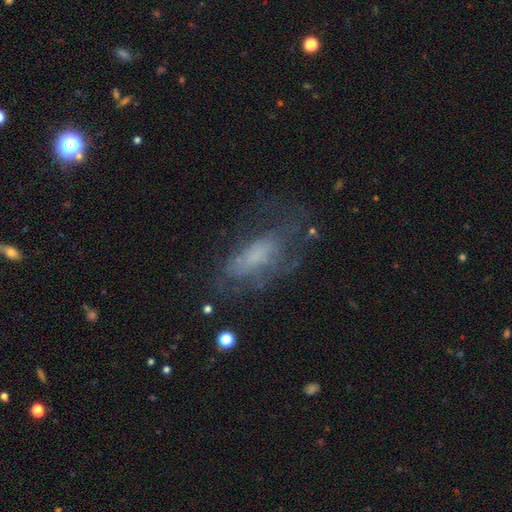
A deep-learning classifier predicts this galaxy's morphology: A featured or disk galaxy (48%). Merging: none (48%).